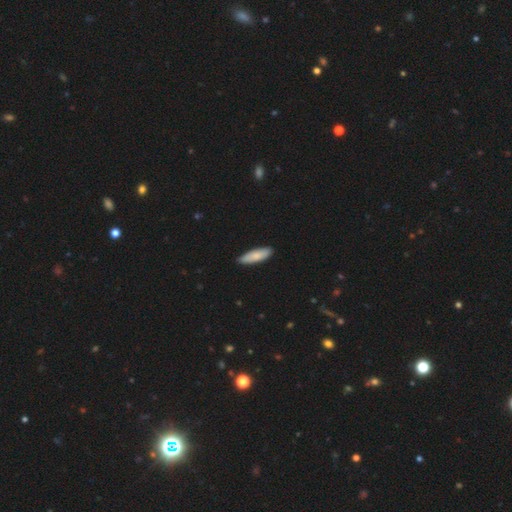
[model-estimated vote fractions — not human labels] This is clearly a smooth galaxy (83%). How rounded: possibly cigar-shaped (53%). Merging: clearly none (85%).